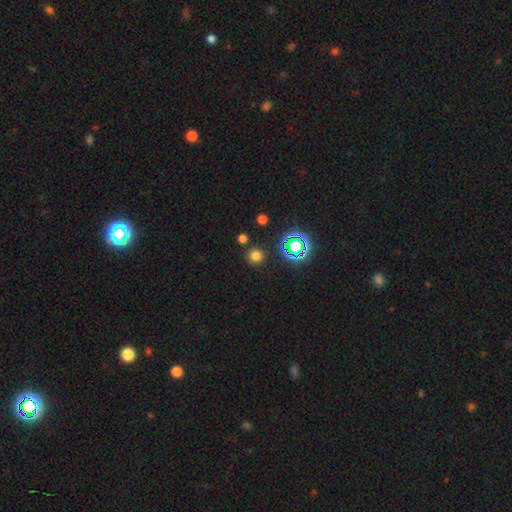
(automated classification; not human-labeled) This appears to be a smooth galaxy with no disk features (69%) that is round (93%). Merging: none (85%).